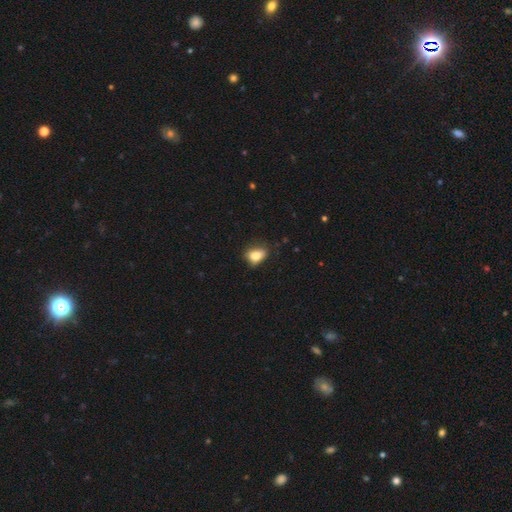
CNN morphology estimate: type=smooth (81%); roundness=in between (76%); merging=none (63%).